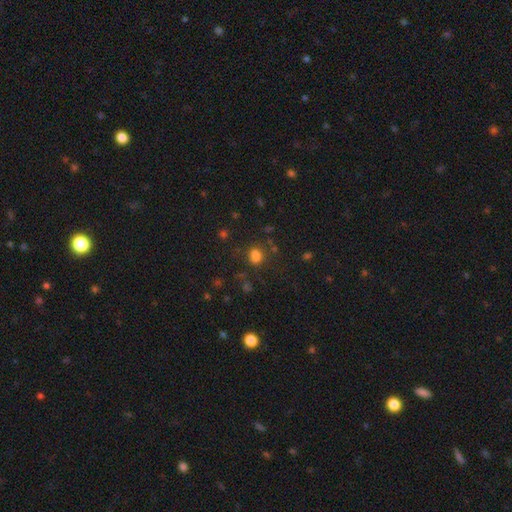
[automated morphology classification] Smooth or featured: smooth — 75% (star or artifact — 18%)
How rounded: round — 50% (in between — 48%)
Merging: none — 69% (minor disturbance — 15%)